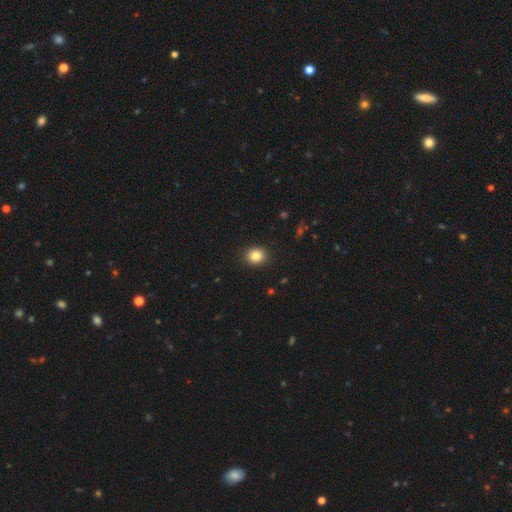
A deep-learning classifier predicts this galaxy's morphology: This is clearly a smooth galaxy (85%). How rounded: likely round (69%). Merging: clearly none (90%).